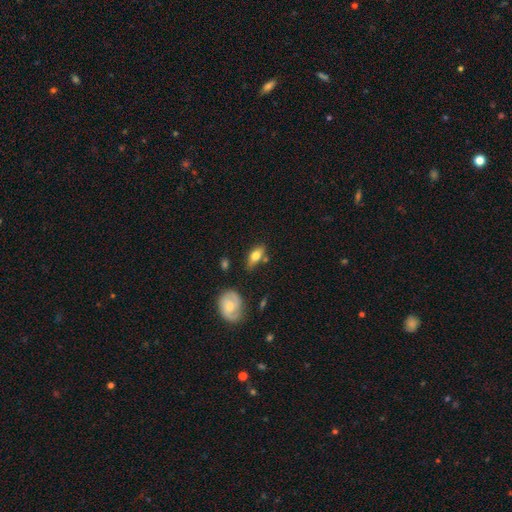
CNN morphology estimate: type=smooth (65%); roundness=in between (78%); merging=none (69%).